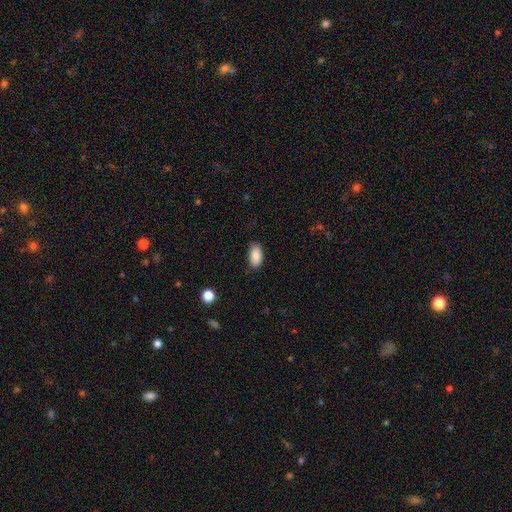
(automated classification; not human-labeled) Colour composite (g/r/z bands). It shows a smooth galaxy with no disk features (86%) that is in between round and cigar-shaped (93%). Merging: none (81%).